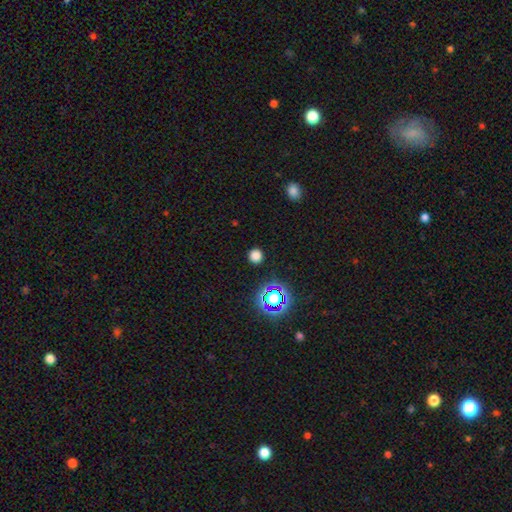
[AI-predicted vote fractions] Smooth or featured? smooth (75%)
How rounded? round (93%)
Merging? none (90%)